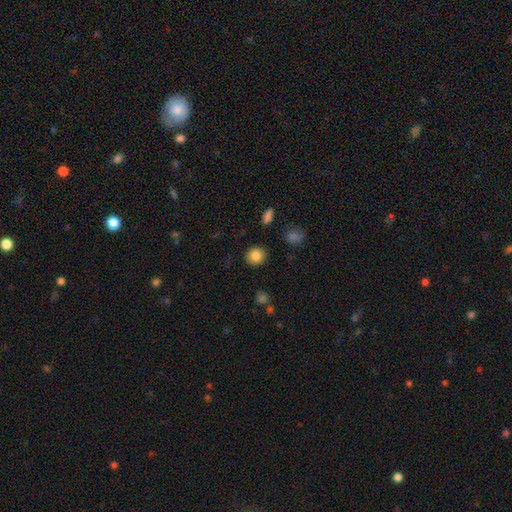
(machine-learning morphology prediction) smooth 84%, star or artifact 9%, featured or disk 6%. Down the decision tree: how rounded — round (86%); merging — none (90%).